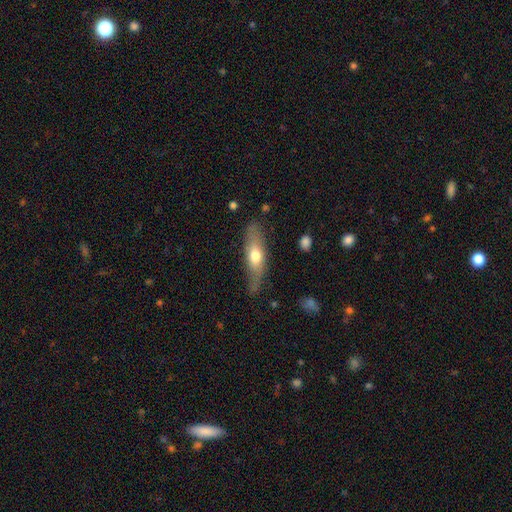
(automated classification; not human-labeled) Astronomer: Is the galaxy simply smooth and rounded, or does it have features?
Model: smooth — 55% (runner-up: featured or disk, 39%).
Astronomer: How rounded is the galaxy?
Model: cigar-shaped — 53% (runner-up: in between, 44%).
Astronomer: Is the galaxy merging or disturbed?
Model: none — 74%.